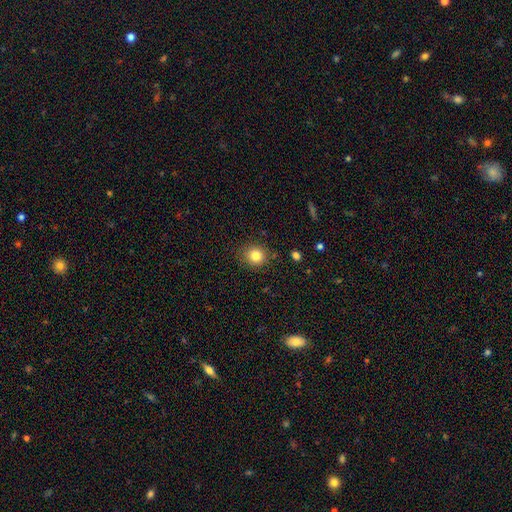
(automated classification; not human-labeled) smooth_or_featured: smooth (p=0.82) [alt: star or artifact p=0.11]
how_rounded: round (p=0.84) [alt: in between p=0.15]
merging: none (p=0.87) [alt: minor disturbance p=0.09]